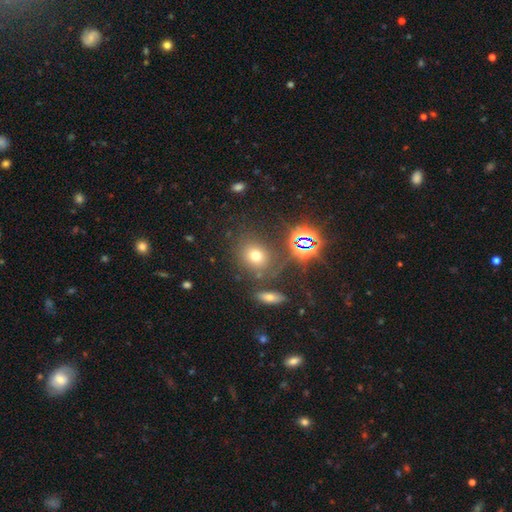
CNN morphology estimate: smooth 62%, star or artifact 27%, featured or disk 11%. Down the decision tree: how rounded — round (63%); merging — none (74%).